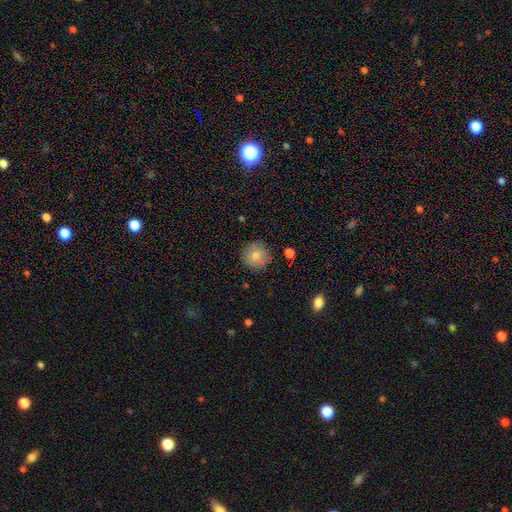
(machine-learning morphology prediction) The model was most divided on "smooth or featured": smooth: 79%, featured or disk: 12%, star or artifact: 10%. More confident: how rounded — round (95%); merging — none (88%).